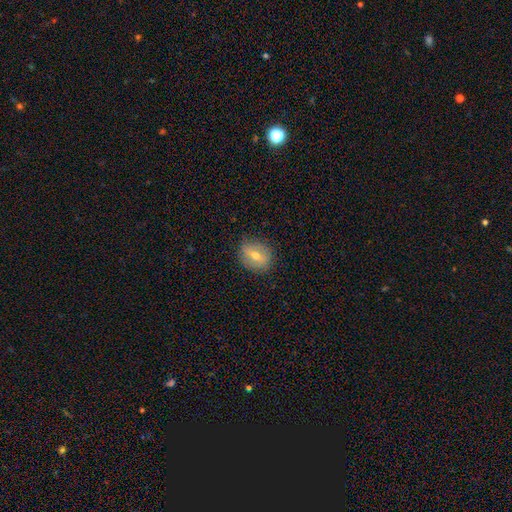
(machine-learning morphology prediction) smooth 48%, featured or disk 42%, star or artifact 10%. Down the decision tree: merging — none (84%).